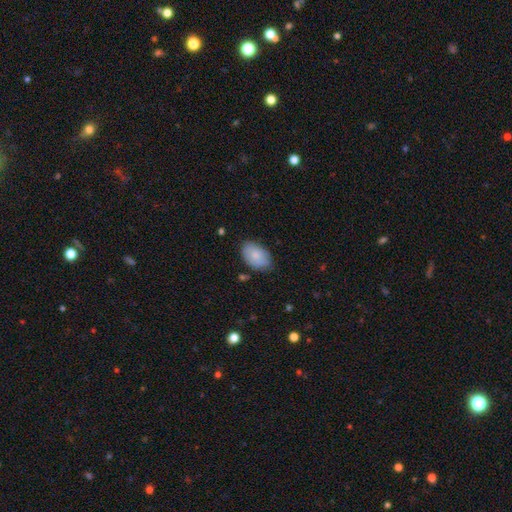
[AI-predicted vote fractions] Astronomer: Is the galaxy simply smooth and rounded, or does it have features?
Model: smooth — 80%.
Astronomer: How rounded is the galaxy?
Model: in between — 91%.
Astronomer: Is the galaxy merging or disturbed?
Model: none — 75%.